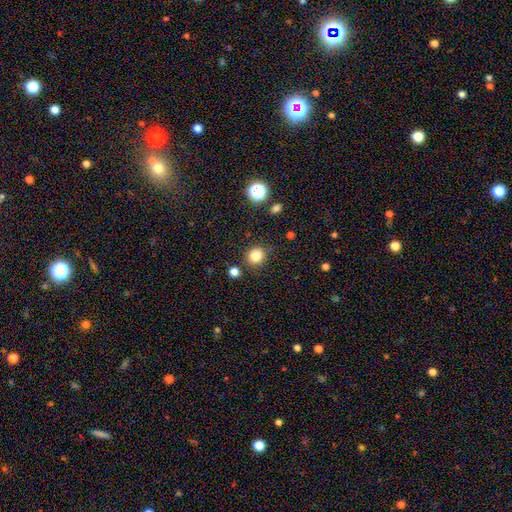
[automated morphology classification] Q: Smooth or featured?
A: smooth (82%); runner-up: star or artifact (13%)
Q: How rounded?
A: round (86%); runner-up: in between (13%)
Q: Merging?
A: none (86%); runner-up: minor disturbance (8%)